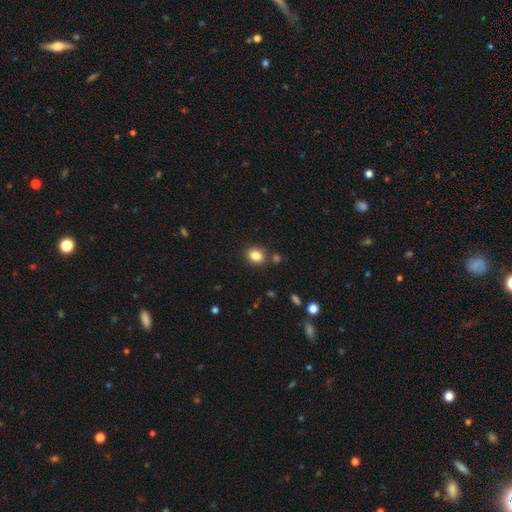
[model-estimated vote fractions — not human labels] Smooth or featured: smooth — 84% (star or artifact — 10%)
How rounded: in between — 50% (round — 49%)
Merging: none — 80% (minor disturbance — 10%)